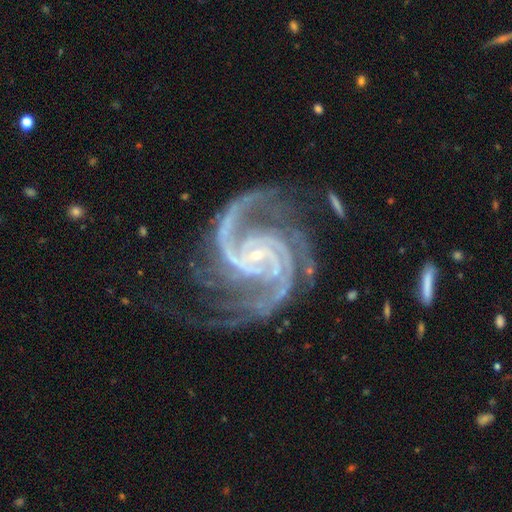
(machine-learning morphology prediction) A featured or disk galaxy (94%) with no bar (51%), 2 (38%) medium (52%) spiral arms (99%) and a small central bulge (87%). Merging: none (59%).